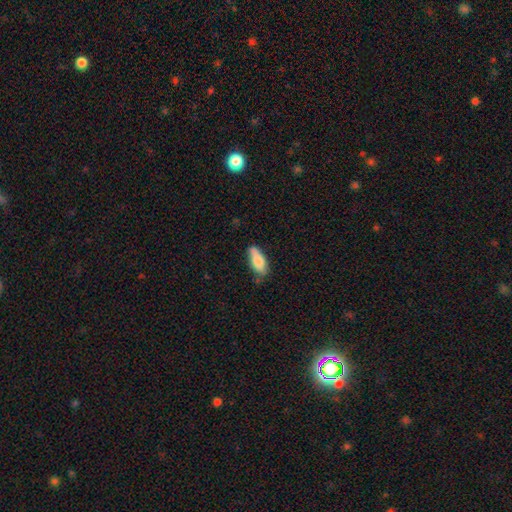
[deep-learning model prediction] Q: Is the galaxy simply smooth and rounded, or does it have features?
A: smooth — 78%.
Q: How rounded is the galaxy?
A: in between — 73%.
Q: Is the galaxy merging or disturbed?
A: none — 66%.